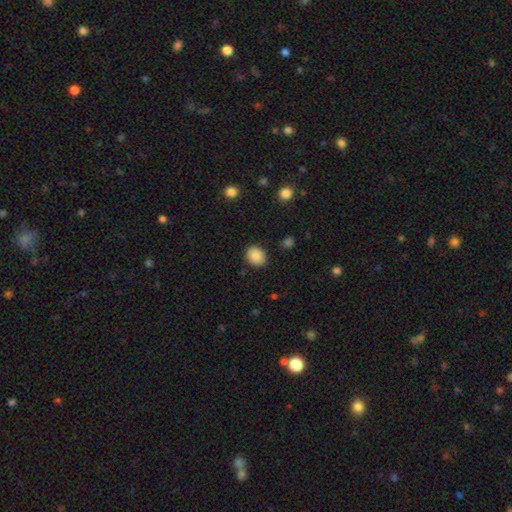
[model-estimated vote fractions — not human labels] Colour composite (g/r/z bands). It shows a smooth galaxy with no disk features (87%) that is round (58%). Merging: none (87%).